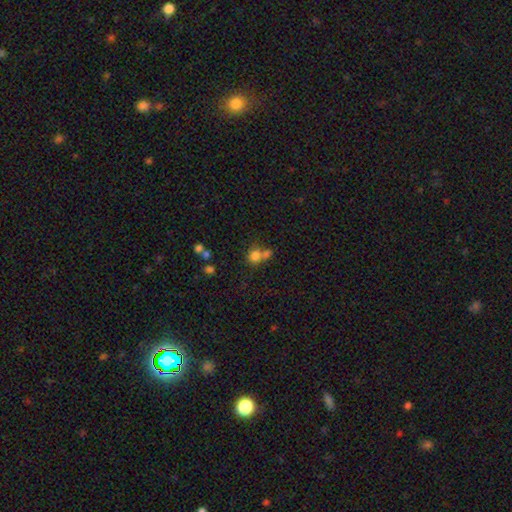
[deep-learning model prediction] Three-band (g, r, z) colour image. It shows a smooth galaxy with no disk features (74%) that is round (77%). Merging: merger (49%).